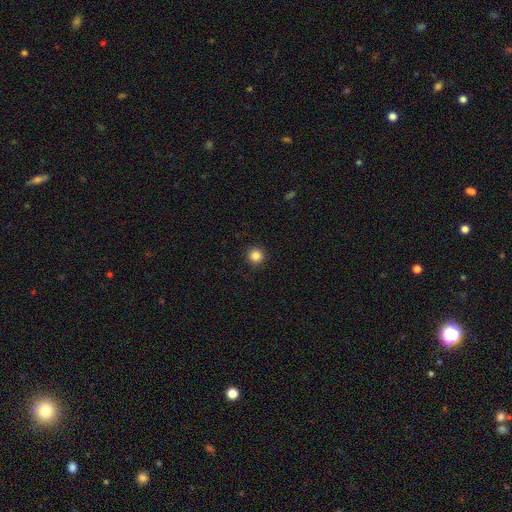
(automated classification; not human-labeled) A smooth galaxy with no disk features (86%) that is round (96%). Merging: none (91%).